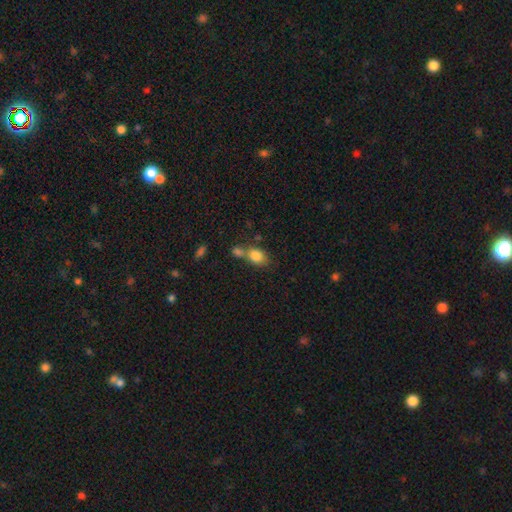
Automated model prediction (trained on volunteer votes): Smooth or featured? smooth (82%)
How rounded? in between (62%)
Merging? none (44%)